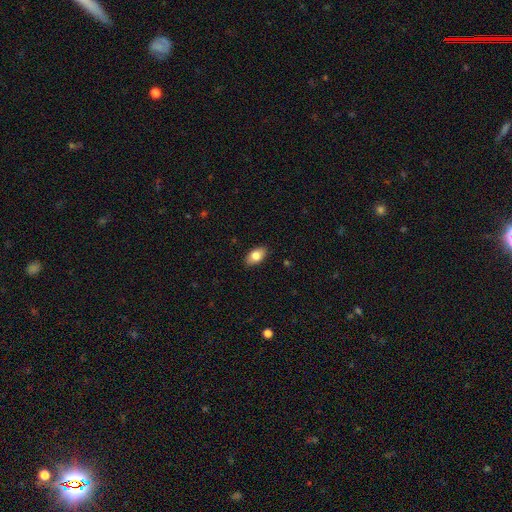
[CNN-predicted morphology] Smooth or featured? Predicted: smooth (p=0.81). How rounded? Predicted: in between (p=0.92). Merging? Predicted: none (p=0.88).